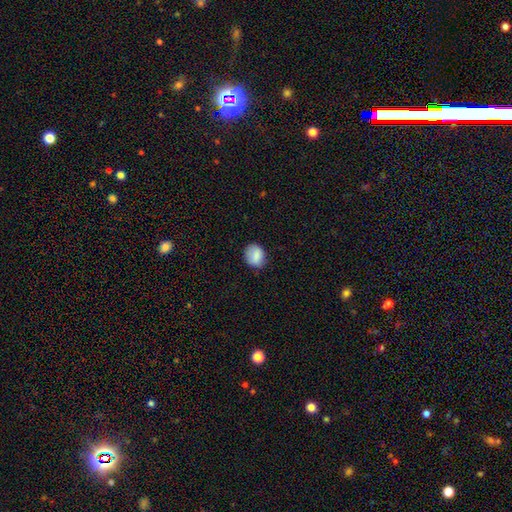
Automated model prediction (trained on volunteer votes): smooth-or-featured: smooth: 84% | featured or disk: 8% | star or artifact: 8%
  how-rounded: round: 60% | in between: 39% | cigar-shaped: 1%
  merging: none: 78% | minor disturbance: 17% | major disturbance: 4% | merger: 1%